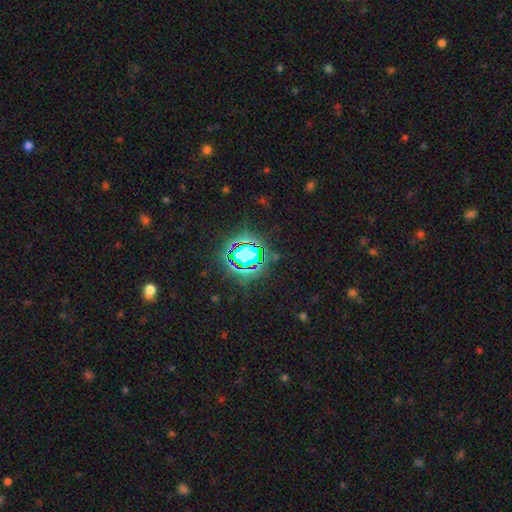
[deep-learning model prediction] Q: Smooth or featured?
A: star or artifact (83%); runner-up: smooth (10%)